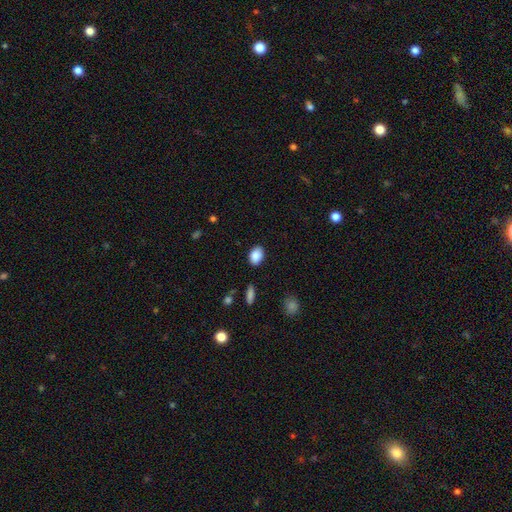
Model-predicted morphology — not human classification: Smooth or featured: smooth — 88% (star or artifact — 8%)
How rounded: in between — 81% (round — 18%)
Merging: none — 85% (minor disturbance — 11%)